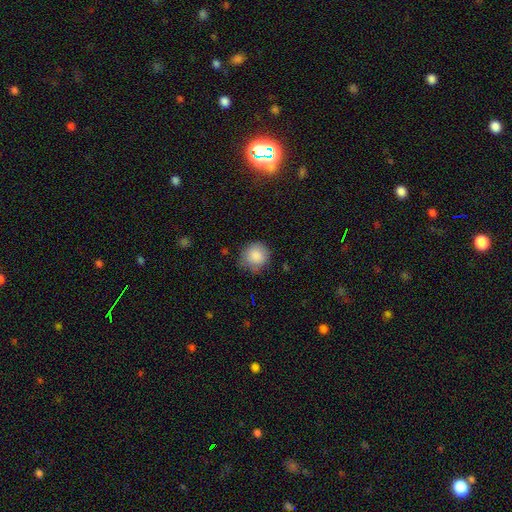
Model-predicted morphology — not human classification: The model was most divided on "merging": none: 71%, minor disturbance: 22%, major disturbance: 5%, merger: 2%. More confident: how rounded — round (90%); smooth or featured — smooth (87%).